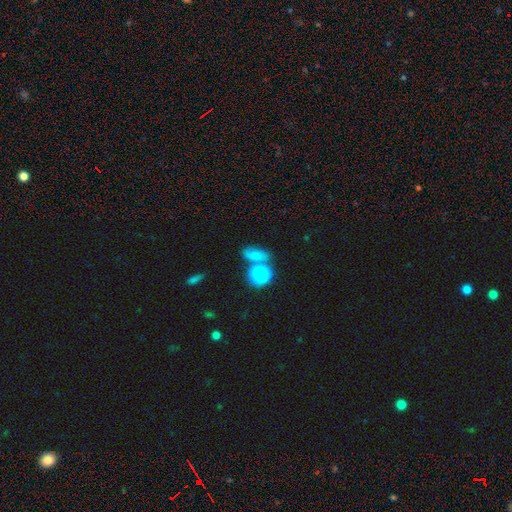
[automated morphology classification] smooth 69%, star or artifact 22%, featured or disk 10%. Down the decision tree: how rounded — in between (63%); merging — none (52%).